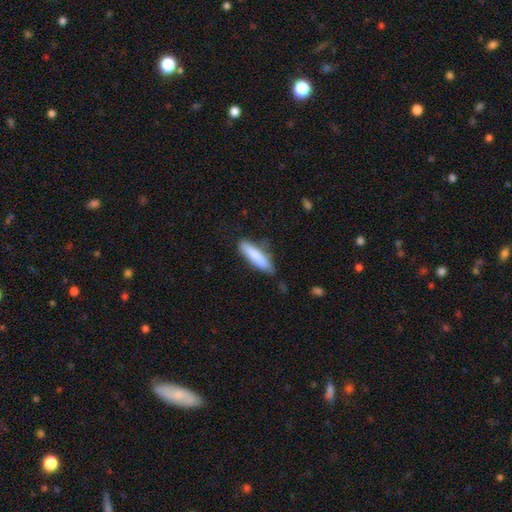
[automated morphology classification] A smooth galaxy with no disk features (82%) that is cigar-shaped (74%).

Vote fractions:
- Smooth or featured? smooth: 82% / featured or disk: 12% / star or artifact: 6%
- How rounded? cigar-shaped: 74% / in between: 24% / round: 1%
- Merging? none: 72% / minor disturbance: 21% / major disturbance: 4% / merger: 2%